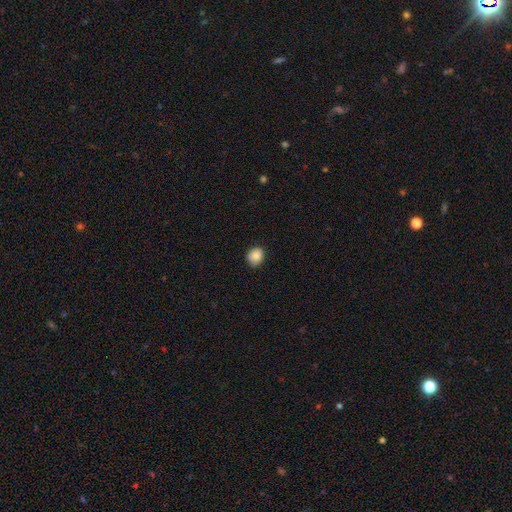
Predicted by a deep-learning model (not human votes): Q: Smooth or featured?
A: smooth (87%); runner-up: star or artifact (9%)
Q: How rounded?
A: round (69%); runner-up: in between (31%)
Q: Merging?
A: none (83%); runner-up: minor disturbance (14%)